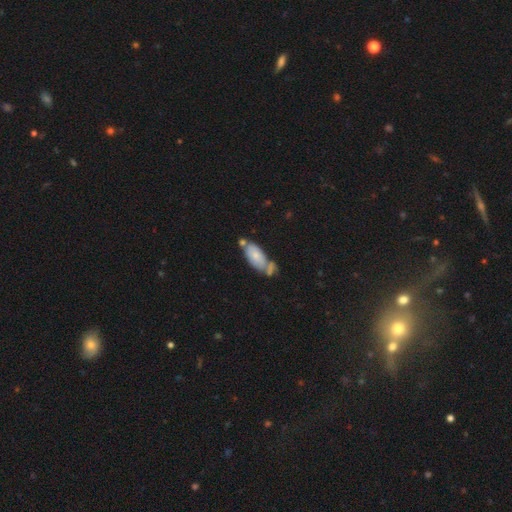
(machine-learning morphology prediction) Smooth or featured? Predicted: smooth (p=0.65). How rounded? Predicted: in between (p=0.87). Merging? Predicted: none (p=0.37).